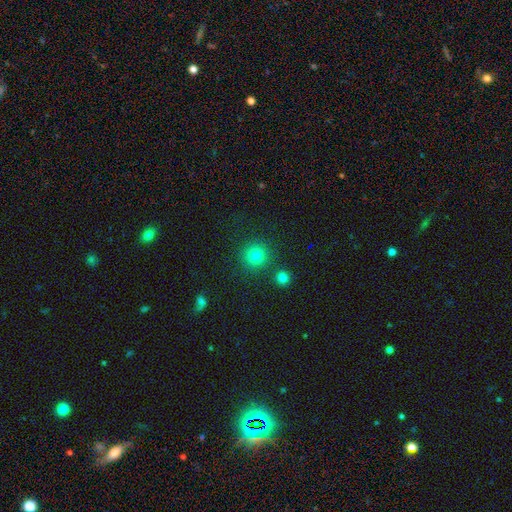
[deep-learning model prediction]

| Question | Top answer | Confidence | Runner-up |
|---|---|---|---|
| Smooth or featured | smooth | 80% | star or artifact (14%) |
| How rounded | round | 94% | in between (5%) |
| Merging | none | 86% | minor disturbance (6%) |